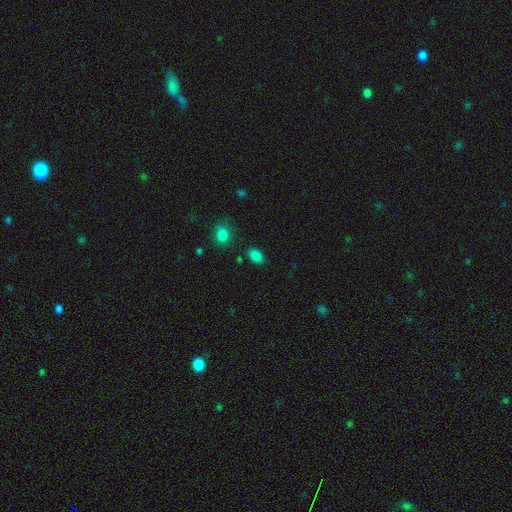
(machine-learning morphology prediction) Smooth or featured? smooth (84%)
How rounded? in between (82%)
Merging? none (82%)